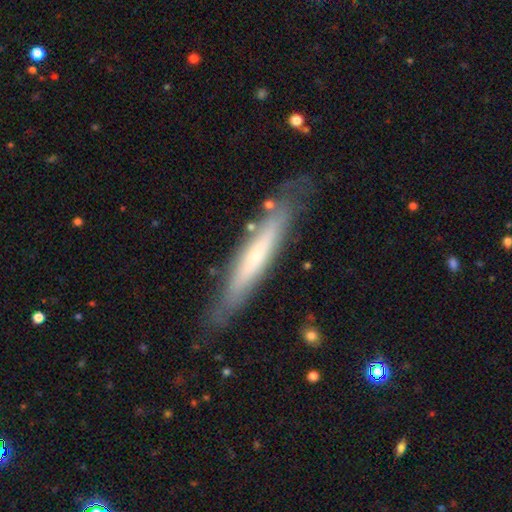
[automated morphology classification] Smooth or featured? Predicted: featured or disk (p=0.54). Edge-on disk? Predicted: yes (p=0.82). Merging? Predicted: none (p=0.79).